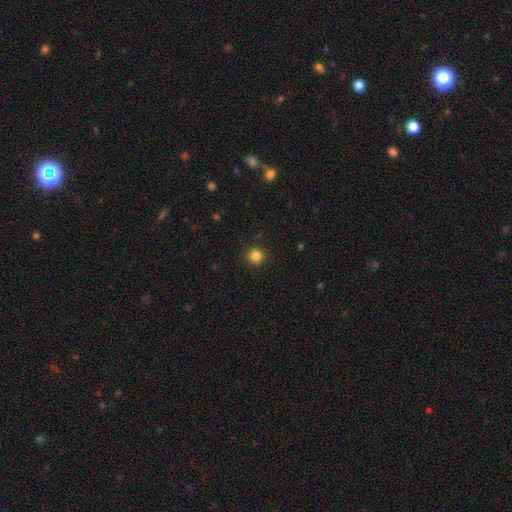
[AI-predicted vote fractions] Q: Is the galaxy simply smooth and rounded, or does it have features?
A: smooth — 84%.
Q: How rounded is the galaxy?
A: round — 95%.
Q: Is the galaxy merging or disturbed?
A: none — 92%.